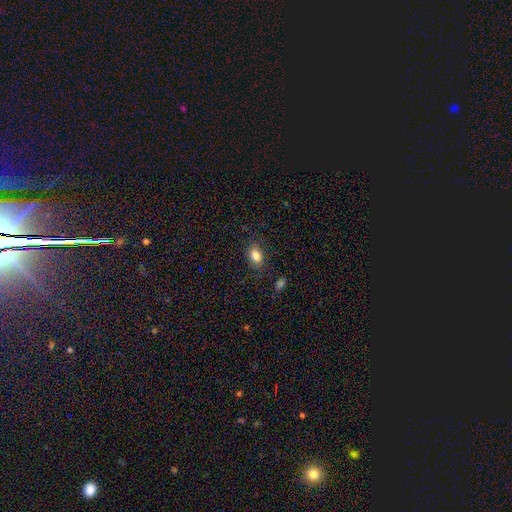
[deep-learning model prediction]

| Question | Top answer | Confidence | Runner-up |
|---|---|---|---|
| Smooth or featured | smooth | 84% | star or artifact (9%) |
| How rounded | in between | 85% | round (13%) |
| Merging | none | 81% | minor disturbance (13%) |